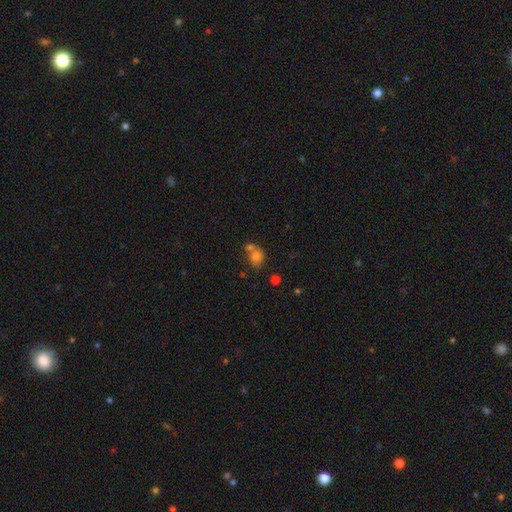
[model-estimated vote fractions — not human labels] Smooth or featured: smooth — 73% (star or artifact — 15%)
How rounded: round — 58% (in between — 40%)
Merging: merger — 45% (none — 39%)